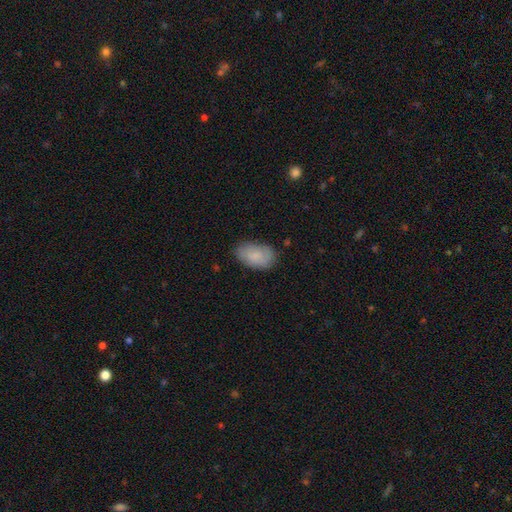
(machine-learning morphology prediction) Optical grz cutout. It shows a smooth galaxy with no disk features (79%) that is in between round and cigar-shaped (92%). Merging: none (78%).